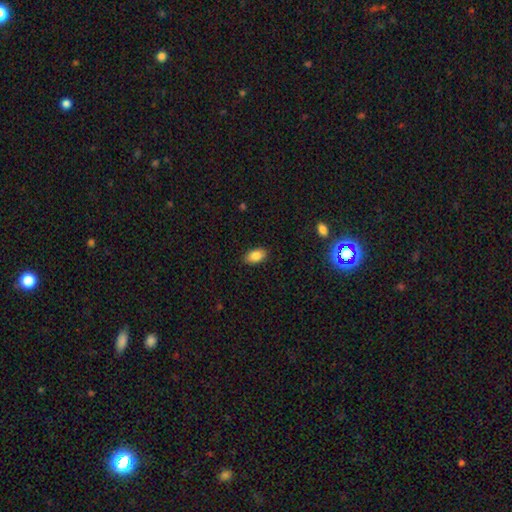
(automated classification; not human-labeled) Overall: smooth (85%). How rounded: in between (92%). Merging: none (86%).